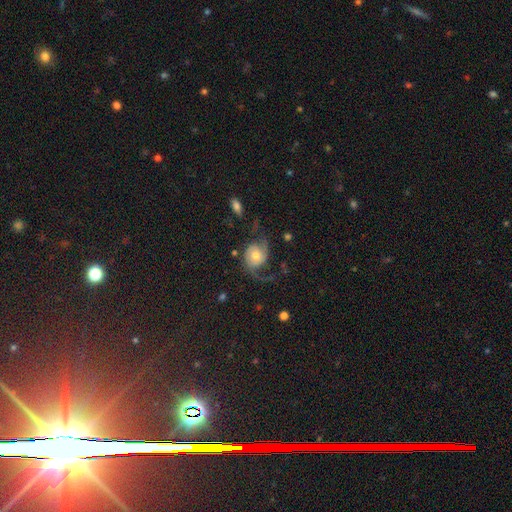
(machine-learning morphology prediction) Smooth or featured: featured or disk — 75% (smooth — 18%)
Edge-on disk: no — 97% (yes — 3%)
Bar: no — 74% (weak — 21%)
Spiral arms: yes — 93% (no — 7%)
Spiral winding: loose — 60% (medium — 30%)
Spiral arm count: 2 — 84% (1 — 8%)
Bulge size: moderate — 59% (small — 28%)
Merging: none — 54% (major disturbance — 24%)